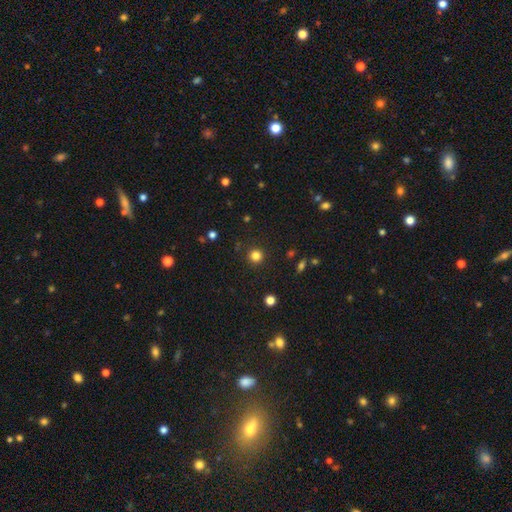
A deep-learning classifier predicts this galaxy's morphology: This is clearly a smooth galaxy (81%). How rounded: clearly round (95%). Merging: clearly none (91%).